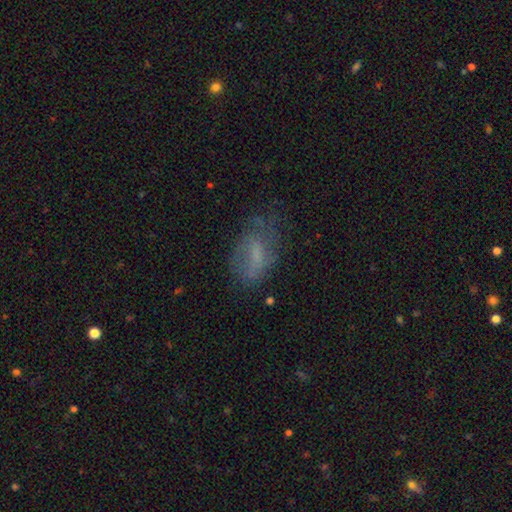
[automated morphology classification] Smooth or featured? smooth (53%)
How rounded? in between (86%)
Merging? none (50%)